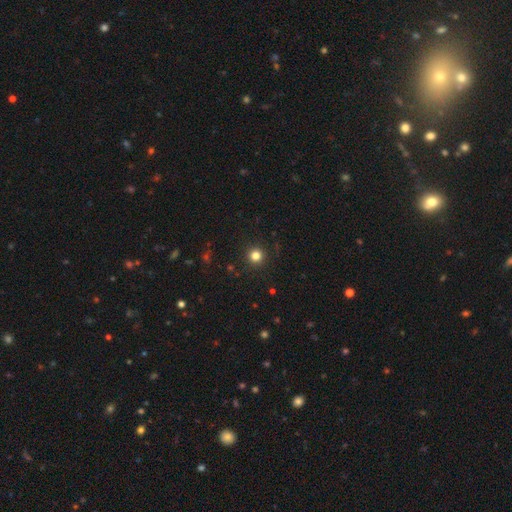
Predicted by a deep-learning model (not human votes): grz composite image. It shows a smooth galaxy with no disk features (82%) that is round (96%). Merging: none (92%).